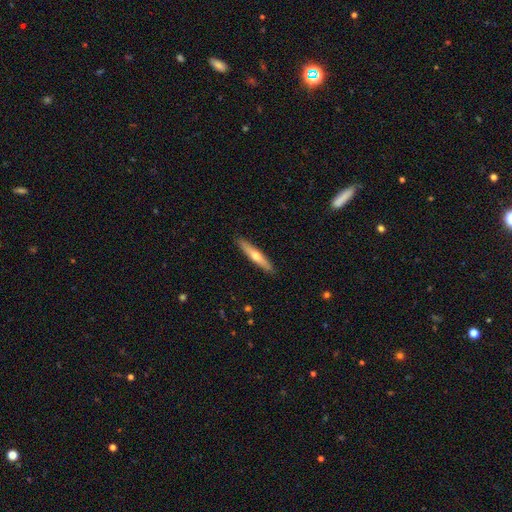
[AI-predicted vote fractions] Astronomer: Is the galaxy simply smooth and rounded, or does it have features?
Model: smooth — 50% (runner-up: featured or disk, 45%).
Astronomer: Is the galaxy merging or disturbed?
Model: none — 91%.